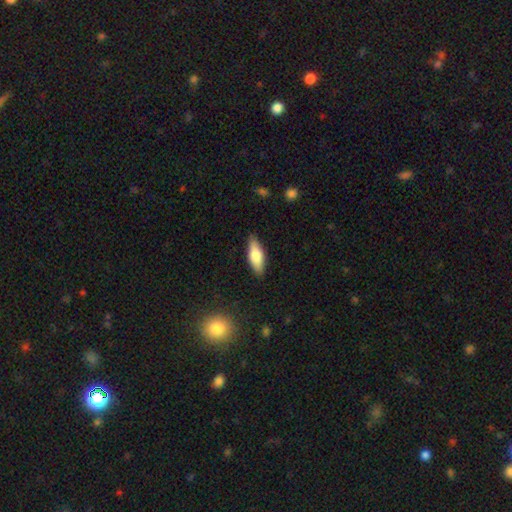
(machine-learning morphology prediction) A smooth galaxy with no disk features (72%) that is in between round and cigar-shaped (62%). Merging: none (87%).